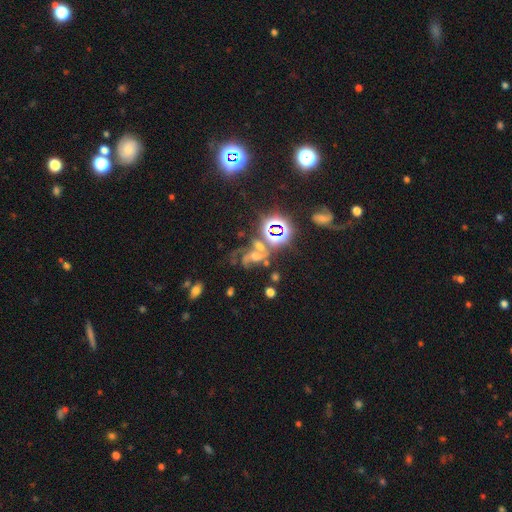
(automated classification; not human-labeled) Smooth or featured: featured or disk — 42% (star or artifact — 39%)
Merging: merger — 32% (none — 30%)